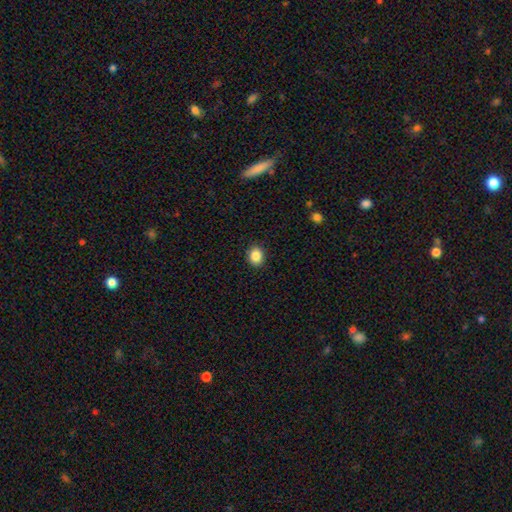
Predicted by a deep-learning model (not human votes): Q: Smooth or featured?
A: smooth (86%); runner-up: star or artifact (9%)
Q: How rounded?
A: round (59%); runner-up: in between (40%)
Q: Merging?
A: none (90%); runner-up: minor disturbance (7%)